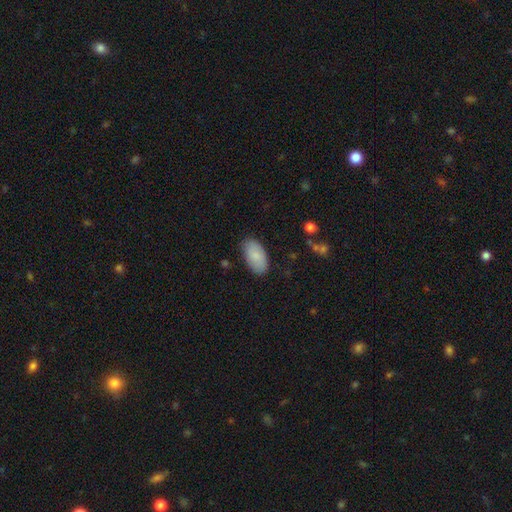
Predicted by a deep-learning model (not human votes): This is clearly a smooth galaxy (86%). How rounded: clearly in between (95%). Merging: clearly none (82%).